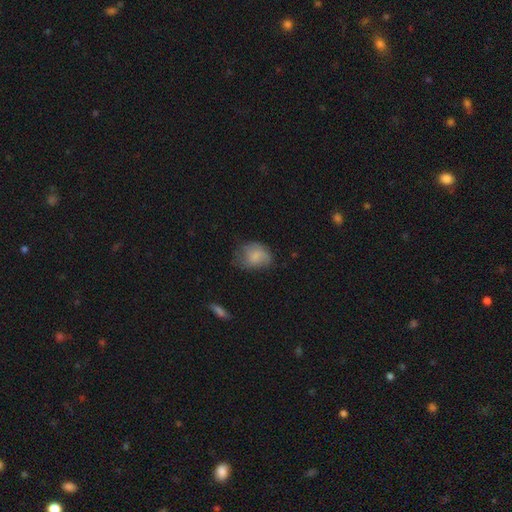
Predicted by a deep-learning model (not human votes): The model was most divided on "merging": none: 48%, minor disturbance: 34%, major disturbance: 16%, merger: 2%. More confident: smooth or featured — smooth (74%); how rounded — in between (57%).